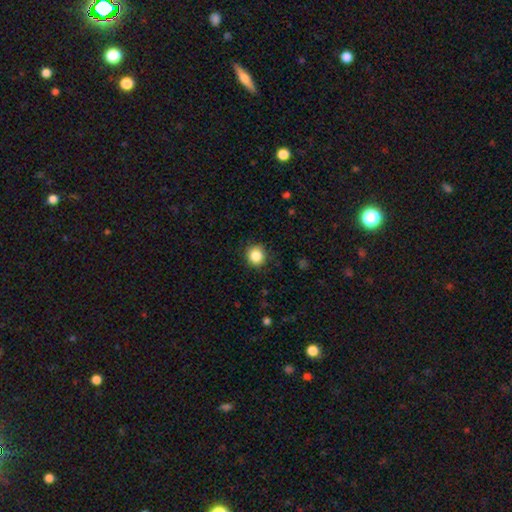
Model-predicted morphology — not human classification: type=smooth (86%); roundness=round (89%); merging=none (88%).